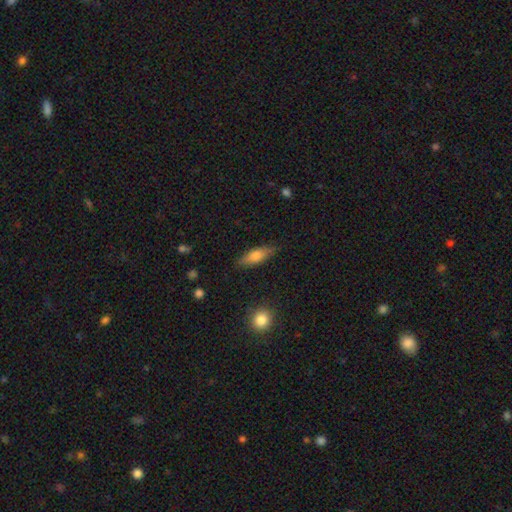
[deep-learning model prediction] A smooth galaxy with no disk features (67%) that is in between round and cigar-shaped (53%).

Vote fractions:
- Smooth or featured? smooth: 67% / featured or disk: 26% / star or artifact: 7%
- How rounded? in between: 53% / cigar-shaped: 44% / round: 3%
- Merging? none: 84% / minor disturbance: 12% / major disturbance: 3% / merger: 1%